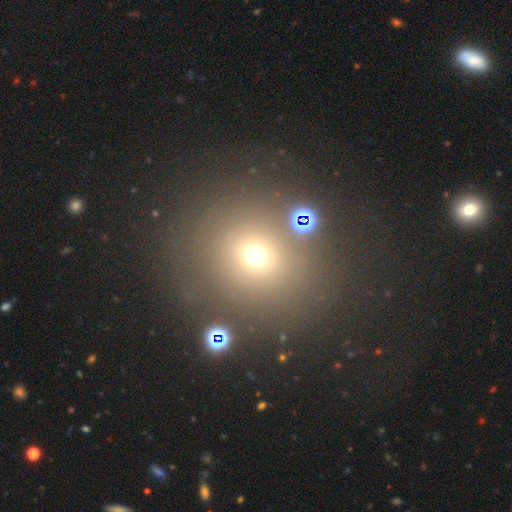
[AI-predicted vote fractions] This appears to be a smooth galaxy with no disk features (62%) that is round (82%). Merging: none (79%).